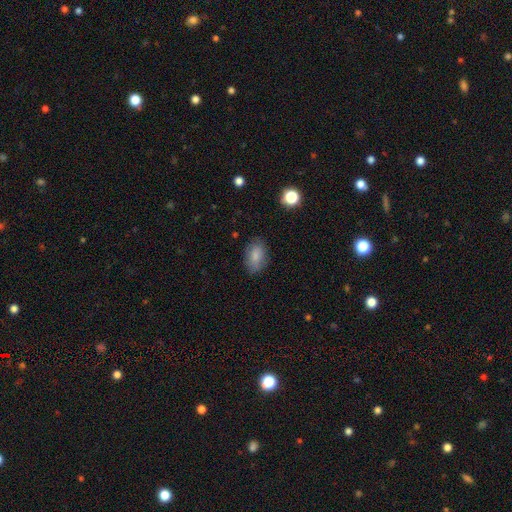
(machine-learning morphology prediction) Smooth or featured?
  - smooth: 82% *
  - featured or disk: 10%
  - star or artifact: 8%
How rounded?
  - in between: 90% *
  - round: 8%
  - cigar-shaped: 2%
Merging?
  - none: 79% *
  - minor disturbance: 15%
  - major disturbance: 4%
  - merger: 1%